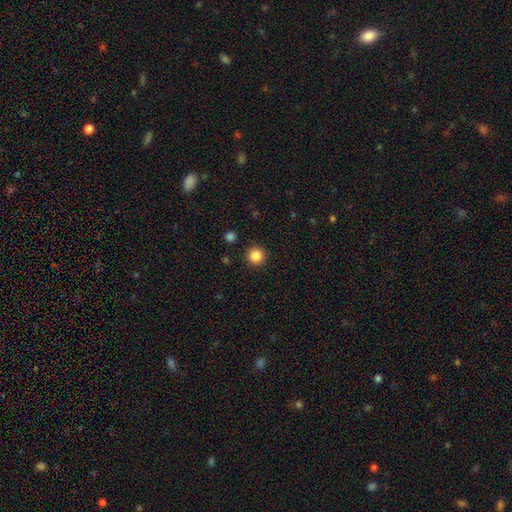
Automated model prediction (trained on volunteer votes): smooth_or_featured: smooth (p=0.85) [alt: star or artifact p=0.11]
how_rounded: round (p=0.95) [alt: in between p=0.04]
merging: none (p=0.92) [alt: minor disturbance p=0.05]